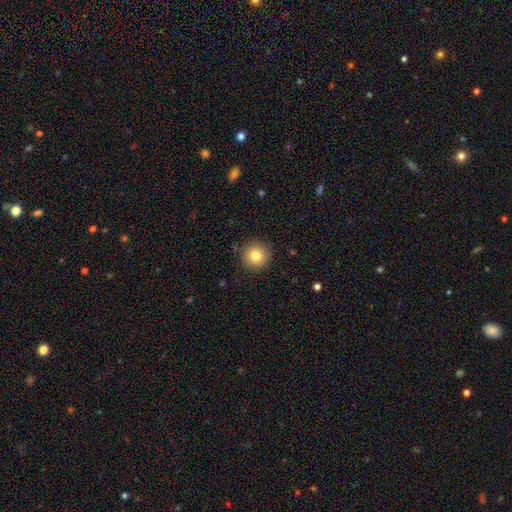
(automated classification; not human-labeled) This is clearly a smooth galaxy (82%). How rounded: clearly round (95%). Merging: clearly none (90%).